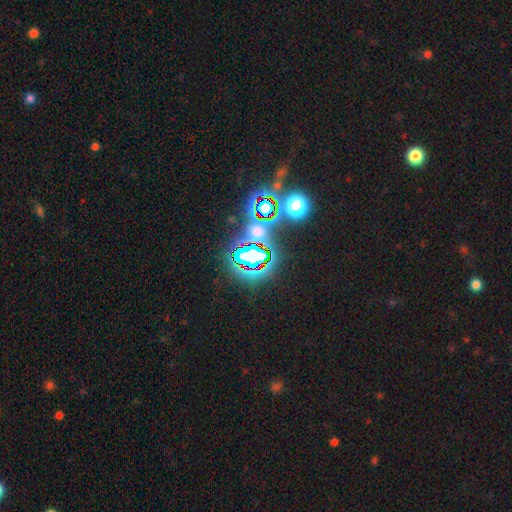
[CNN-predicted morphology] Smooth or featured: star or artifact — 73% (smooth — 15%)